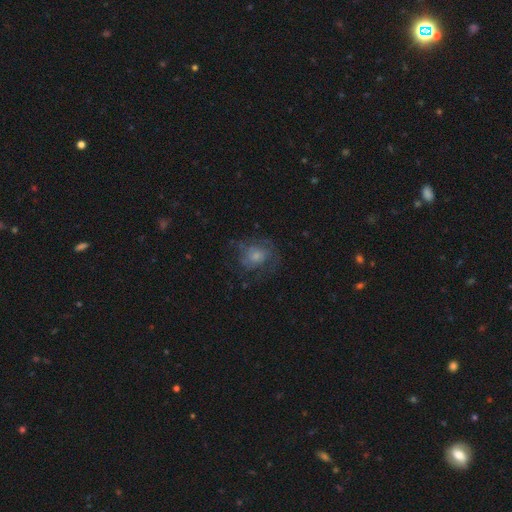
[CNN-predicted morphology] This is marginally a featured or disk galaxy (45%). Merging: possibly none (58%).